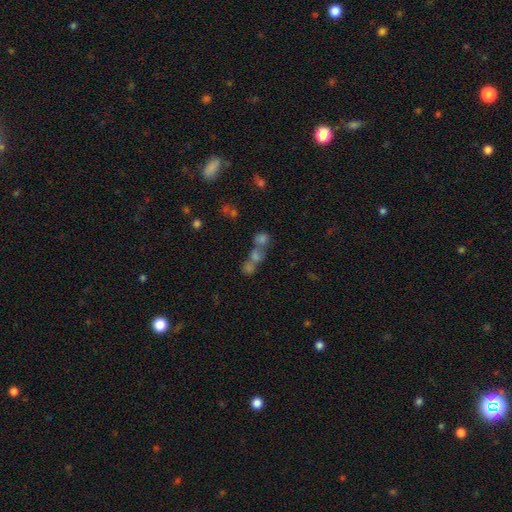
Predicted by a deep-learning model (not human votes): Smooth or featured?
  - smooth: 49% *
  - star or artifact: 30%
  - featured or disk: 21%
Merging?
  - merger: 54% *
  - none: 33%
  - minor disturbance: 7%
  - major disturbance: 6%